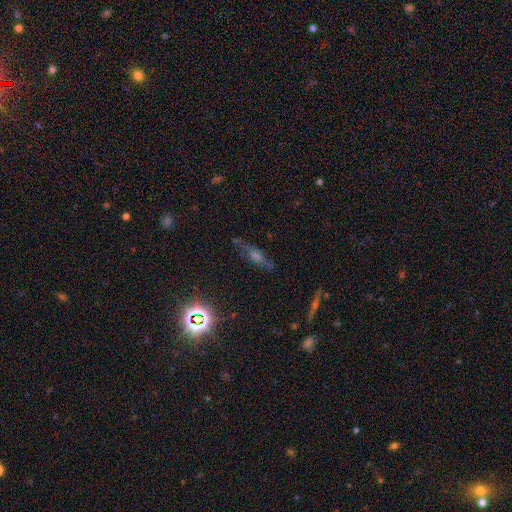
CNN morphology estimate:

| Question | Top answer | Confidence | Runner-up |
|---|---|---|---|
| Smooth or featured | featured or disk | 44% | star or artifact (28%) |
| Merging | none | 74% | minor disturbance (17%) |